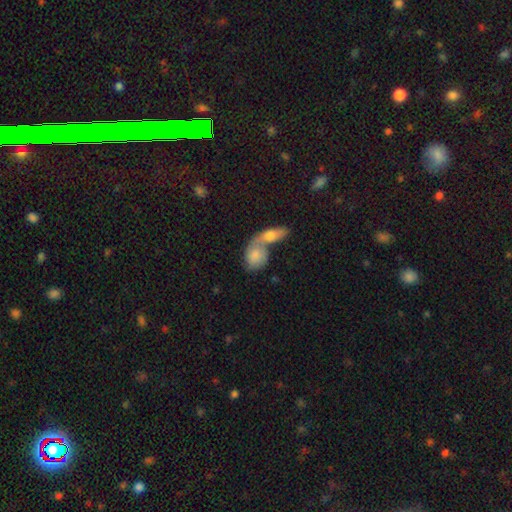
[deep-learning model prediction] This is likely a smooth galaxy (69%). How rounded: likely in between (68%). Merging: likely merger (72%).